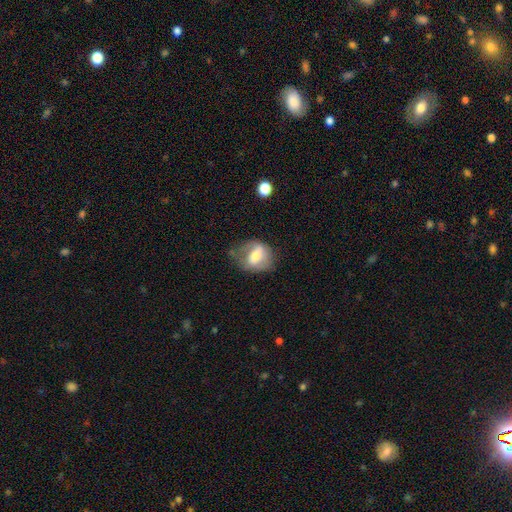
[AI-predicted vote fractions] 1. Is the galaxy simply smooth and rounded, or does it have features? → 47% smooth, 46% featured or disk, 7% star or artifact.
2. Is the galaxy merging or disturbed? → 47% none, 30% minor disturbance, 19% major disturbance, 3% merger.